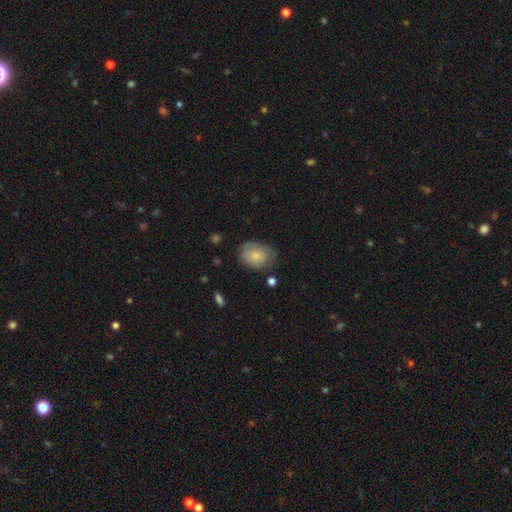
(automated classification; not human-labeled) Smooth or featured?
  - smooth: 75% *
  - featured or disk: 18%
  - star or artifact: 7%
How rounded?
  - in between: 68% *
  - round: 31%
  - cigar-shaped: 1%
Merging?
  - none: 63% *
  - minor disturbance: 26%
  - major disturbance: 8%
  - merger: 2%